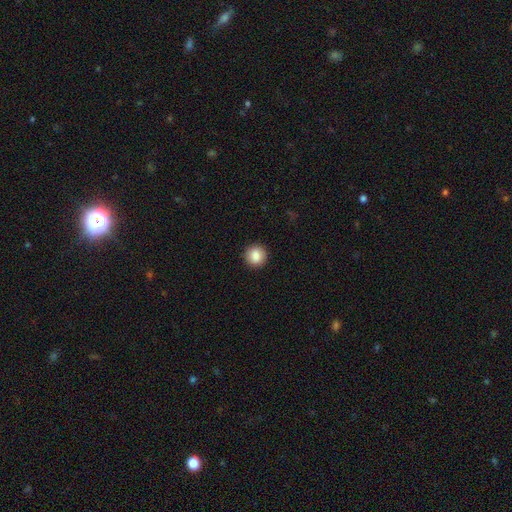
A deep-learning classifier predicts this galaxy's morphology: smooth-or-featured: smooth: 87% | star or artifact: 8% | featured or disk: 5%
  how-rounded: round: 94% | in between: 5% | cigar-shaped: 1%
  merging: none: 92% | minor disturbance: 5% | major disturbance: 2% | merger: 1%